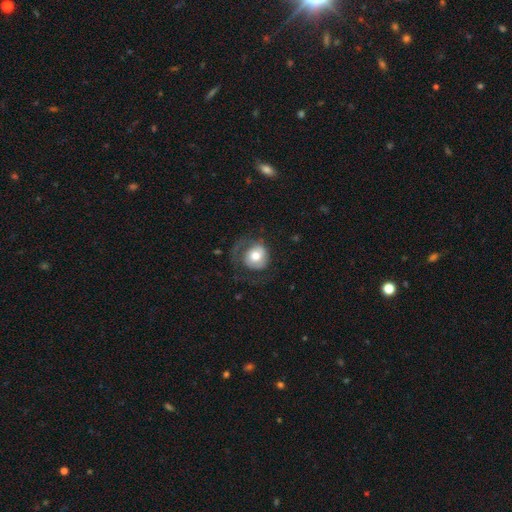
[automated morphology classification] smooth-or-featured: smooth: 59% | featured or disk: 34% | star or artifact: 8%
  how-rounded: round: 84% | in between: 15% | cigar-shaped: 1%
  merging: none: 47% | major disturbance: 32% | minor disturbance: 19% | merger: 2%